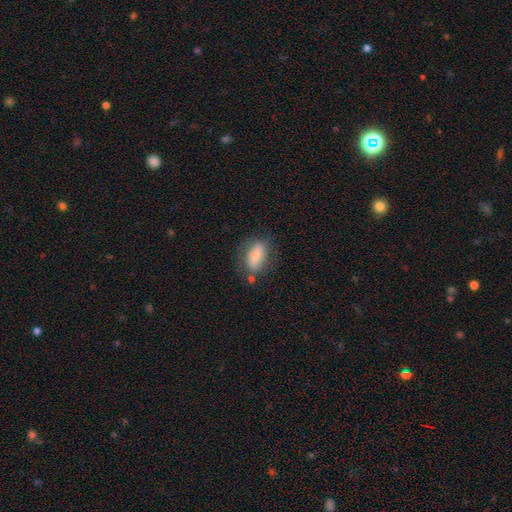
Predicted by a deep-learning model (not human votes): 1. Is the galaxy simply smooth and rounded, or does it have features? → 69% smooth, 23% featured or disk, 8% star or artifact.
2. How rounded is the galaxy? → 83% in between, 10% cigar-shaped, 7% round.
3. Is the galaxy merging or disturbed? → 61% none, 22% minor disturbance, 9% major disturbance, 8% merger.